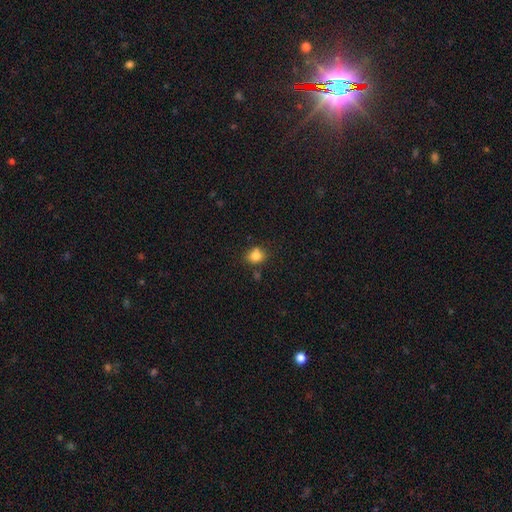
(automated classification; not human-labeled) Smooth or featured: smooth — 82% (star or artifact — 11%)
How rounded: round — 69% (in between — 30%)
Merging: none — 71% (minor disturbance — 16%)